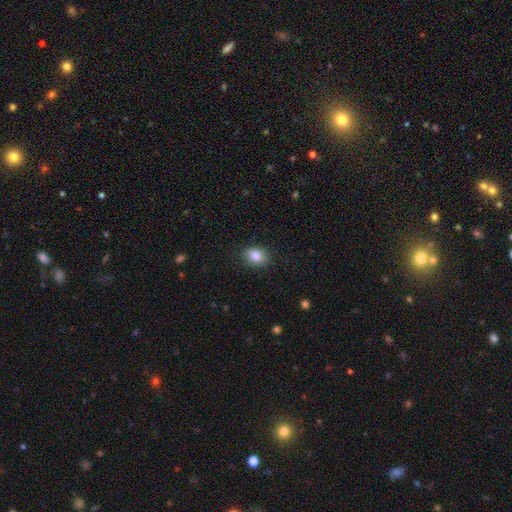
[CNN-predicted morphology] The model was most divided on "how rounded": in between: 67%, round: 32%, cigar-shaped: 1%. More confident: merging — none (87%); smooth or featured — smooth (85%).